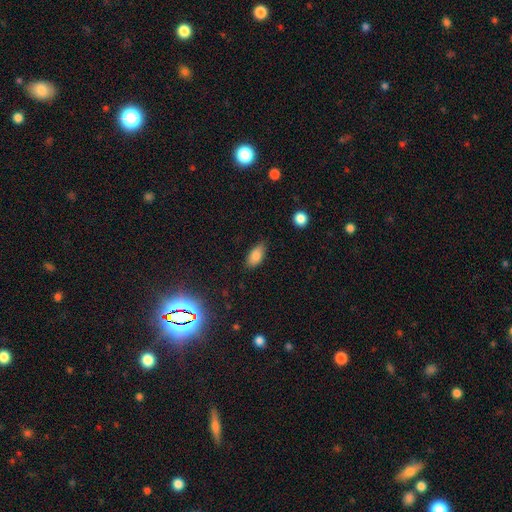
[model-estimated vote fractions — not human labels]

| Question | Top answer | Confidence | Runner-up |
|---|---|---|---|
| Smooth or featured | smooth | 83% | star or artifact (9%) |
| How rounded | in between | 91% | cigar-shaped (6%) |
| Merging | none | 75% | minor disturbance (20%) |